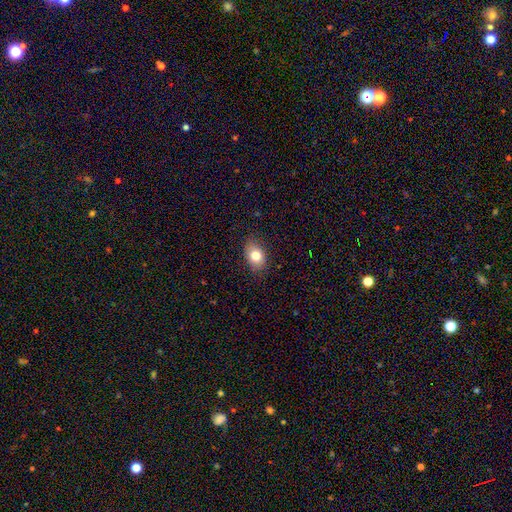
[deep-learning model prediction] Morphology: type=smooth (79%); roundness=in between (78%); merging=none (84%).